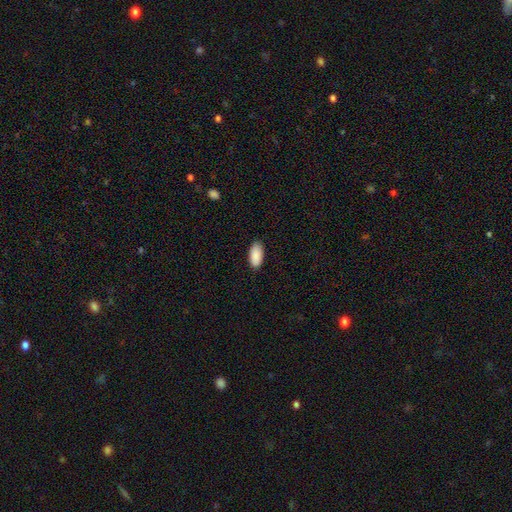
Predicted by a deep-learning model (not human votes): Smooth or featured: smooth — 91% (star or artifact — 6%)
How rounded: in between — 93% (cigar-shaped — 5%)
Merging: none — 88% (minor disturbance — 9%)